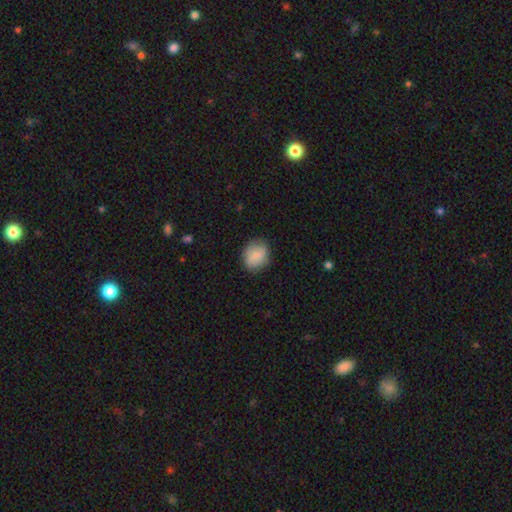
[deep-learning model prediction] This is clearly a smooth galaxy (80%). How rounded: likely round (68%). Merging: clearly none (82%).